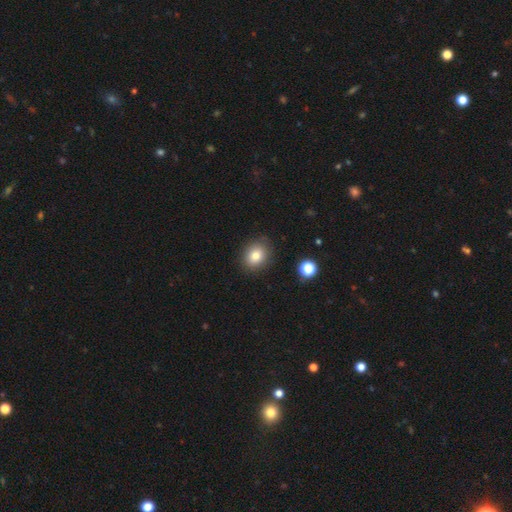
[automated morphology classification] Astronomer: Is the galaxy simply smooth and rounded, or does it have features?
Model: smooth — 80%.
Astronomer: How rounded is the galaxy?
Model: round — 52% (runner-up: in between, 47%).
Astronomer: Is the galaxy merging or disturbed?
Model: none — 86%.